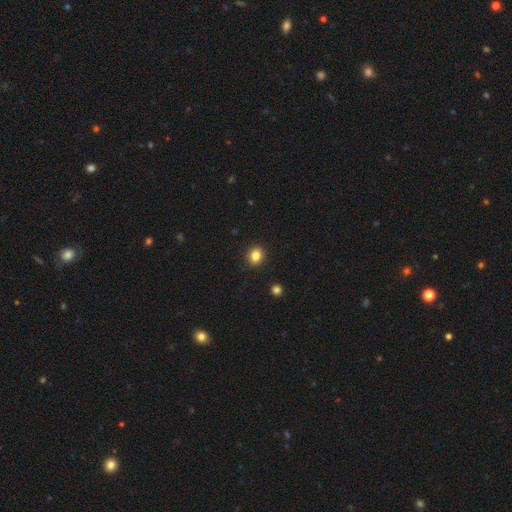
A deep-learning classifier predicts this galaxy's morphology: Overall: smooth (84%). How rounded: round (72%). Merging: none (91%).